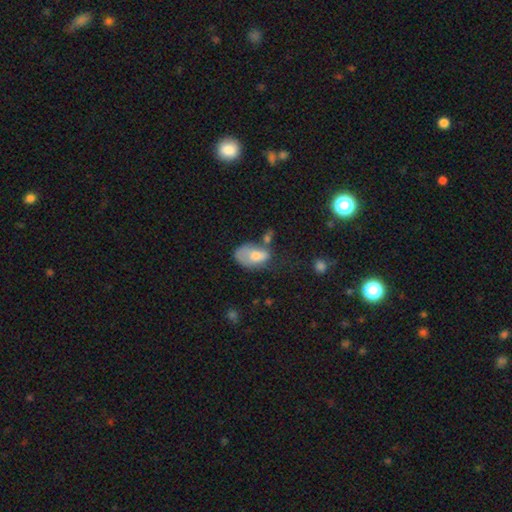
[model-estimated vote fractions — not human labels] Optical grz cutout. It shows a smooth galaxy with no disk features (64%) that is in between round and cigar-shaped (88%). Merging: major disturbance (30%).